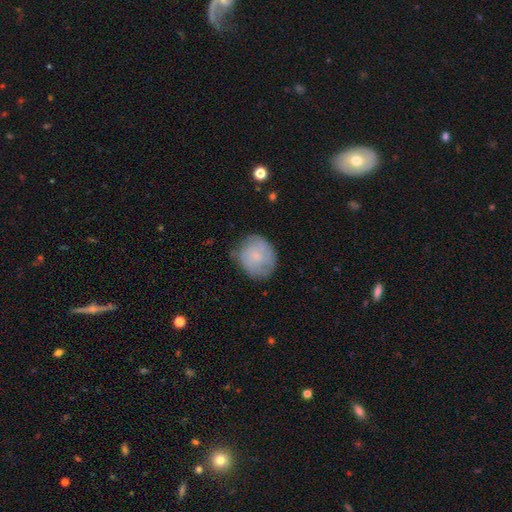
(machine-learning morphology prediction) smooth-or-featured: smooth: 63% | featured or disk: 30% | star or artifact: 8%
  how-rounded: round: 81% | in between: 18% | cigar-shaped: 1%
  merging: none: 67% | minor disturbance: 25% | major disturbance: 7% | merger: 2%